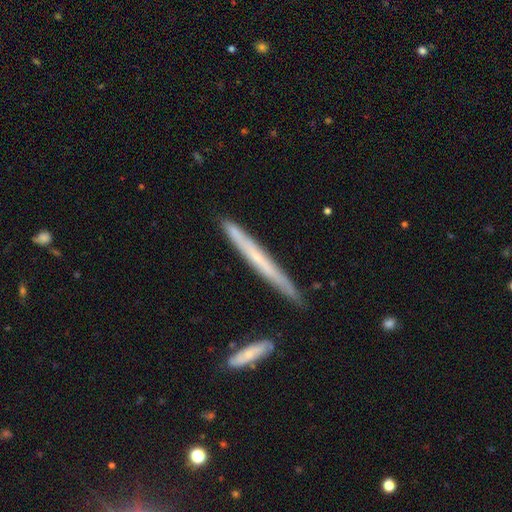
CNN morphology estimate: Smooth or featured?
  - featured or disk: 52% *
  - smooth: 42%
  - star or artifact: 6%
Edge-on disk?
  - yes: 93% *
  - no: 7%
Merging?
  - none: 83% *
  - minor disturbance: 12%
  - merger: 2%
  - major disturbance: 2%